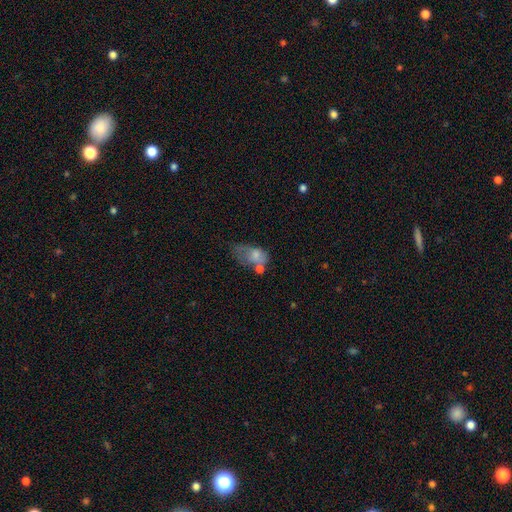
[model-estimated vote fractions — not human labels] This is likely a smooth galaxy (62%). How rounded: clearly in between (84%). Merging: marginally major disturbance (32%).